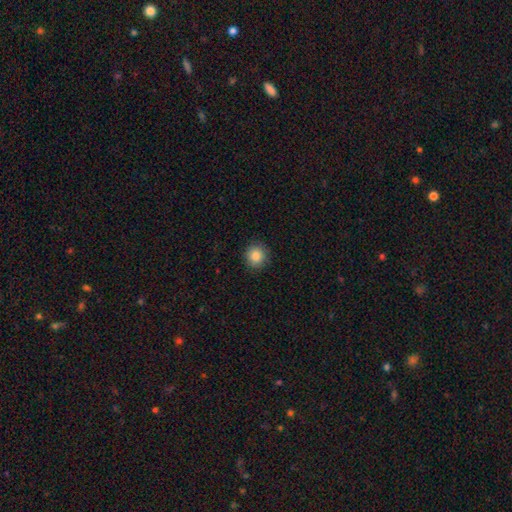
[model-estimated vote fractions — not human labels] A smooth galaxy with no disk features (85%) that is round (91%).

Vote fractions:
- Smooth or featured? smooth: 85% / star or artifact: 10% / featured or disk: 5%
- How rounded? round: 91% / in between: 8% / cigar-shaped: 1%
- Merging? none: 90% / minor disturbance: 7% / major disturbance: 2% / merger: 1%